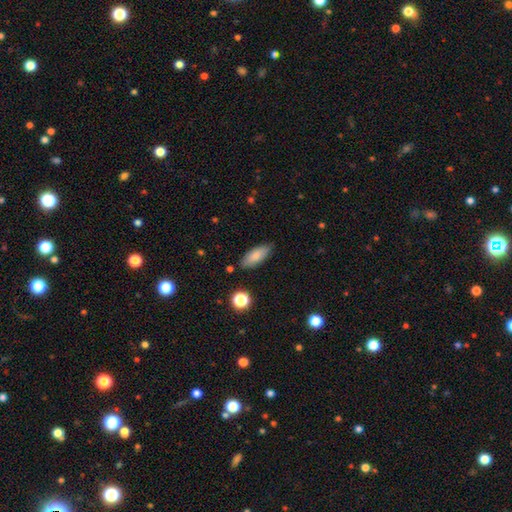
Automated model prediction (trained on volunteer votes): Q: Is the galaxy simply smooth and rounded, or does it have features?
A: smooth — 82%.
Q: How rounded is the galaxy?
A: in between — 79%.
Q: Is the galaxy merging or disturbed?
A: none — 84%.